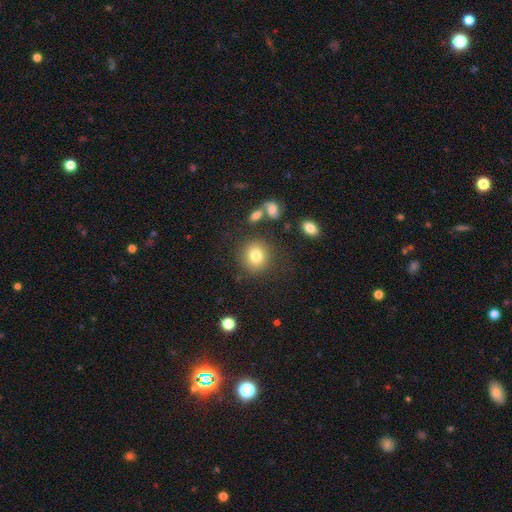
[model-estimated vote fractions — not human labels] This appears to be a smooth galaxy with no disk features (79%) that is round (86%). Merging: none (83%).